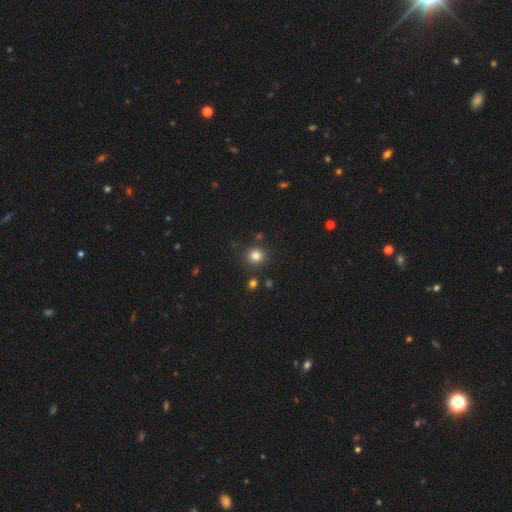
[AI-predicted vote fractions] smooth 82%, star or artifact 13%, featured or disk 5%. Down the decision tree: how rounded — round (87%); merging — none (85%).